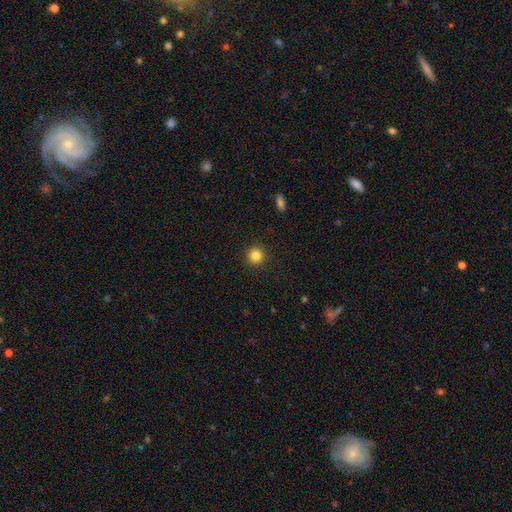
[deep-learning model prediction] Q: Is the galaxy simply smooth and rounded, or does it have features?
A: smooth — 83%.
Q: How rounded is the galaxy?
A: round — 95%.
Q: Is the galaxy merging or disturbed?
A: none — 93%.